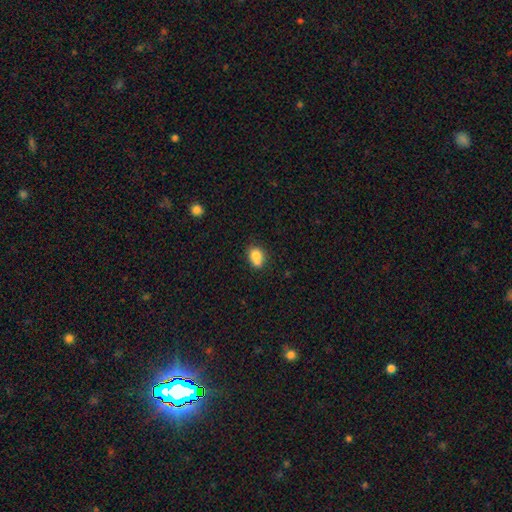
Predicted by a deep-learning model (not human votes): Smooth or featured? Predicted: smooth (p=0.82). How rounded? Predicted: in between (p=0.72). Merging? Predicted: none (p=0.60).